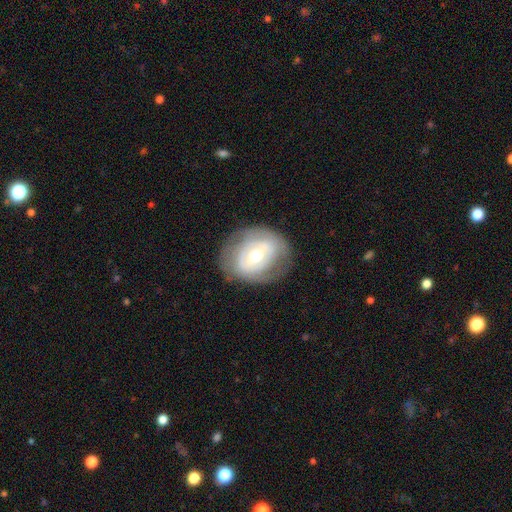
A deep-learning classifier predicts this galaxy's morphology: This appears to be a featured or disk galaxy (62%) with no bar (47%), no spiral arms (58%) and a moderate central bulge (65%). Merging: none (74%).